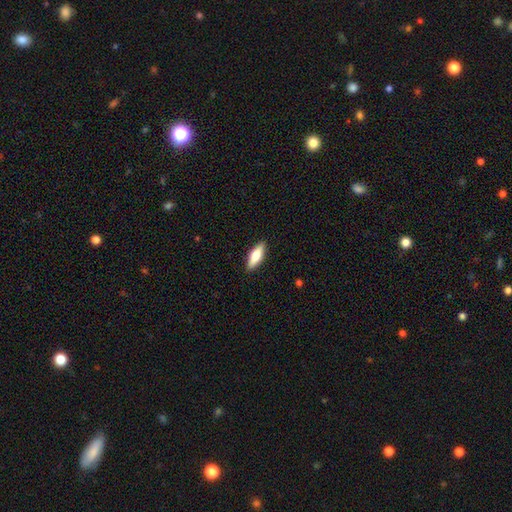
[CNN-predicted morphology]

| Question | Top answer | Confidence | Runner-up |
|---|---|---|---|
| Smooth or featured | smooth | 62% | featured or disk (32%) |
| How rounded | in between | 57% | cigar-shaped (41%) |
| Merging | none | 90% | minor disturbance (8%) |